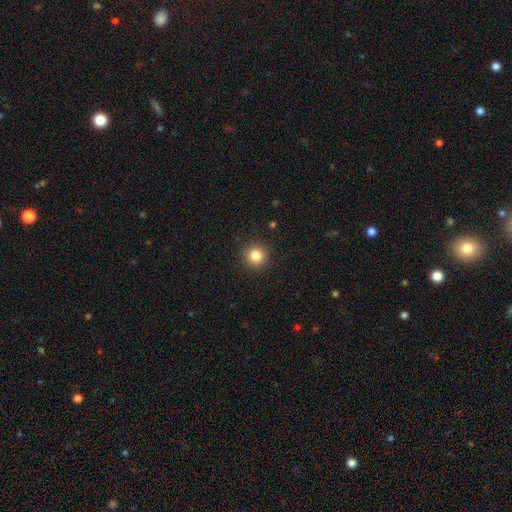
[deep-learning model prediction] Smooth or featured? smooth (84%)
How rounded? round (94%)
Merging? none (91%)